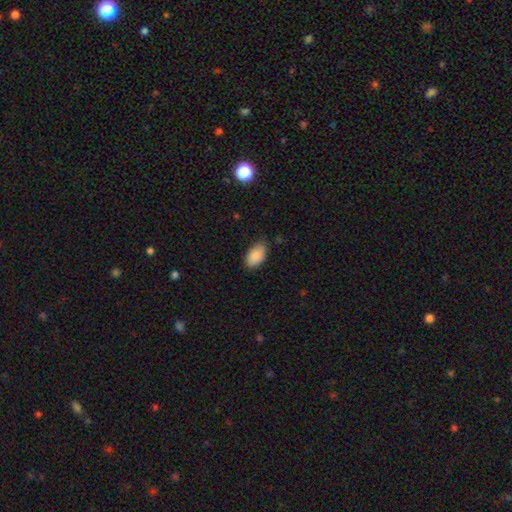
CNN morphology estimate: type=smooth (88%); roundness=in between (93%); merging=none (73%).